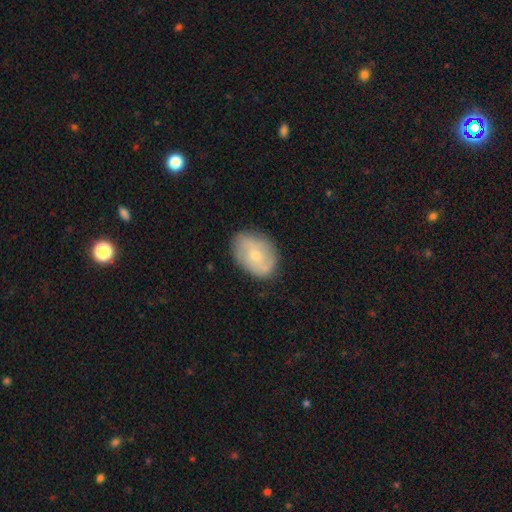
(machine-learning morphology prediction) type=smooth (51%); roundness=in between (79%); merging=none (77%).